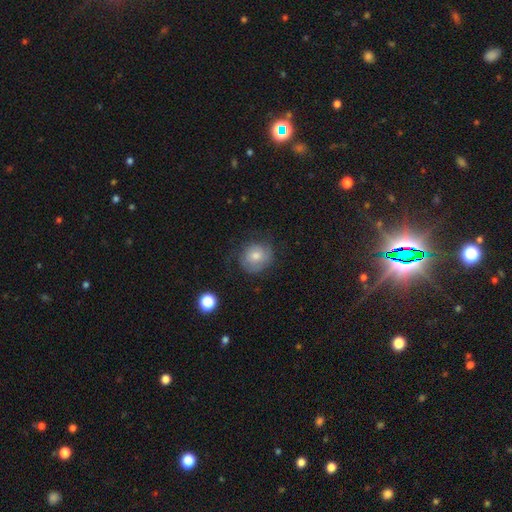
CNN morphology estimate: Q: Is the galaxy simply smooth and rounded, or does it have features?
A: smooth — 54%.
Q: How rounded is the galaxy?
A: round — 80%.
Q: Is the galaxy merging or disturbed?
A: none — 68%.